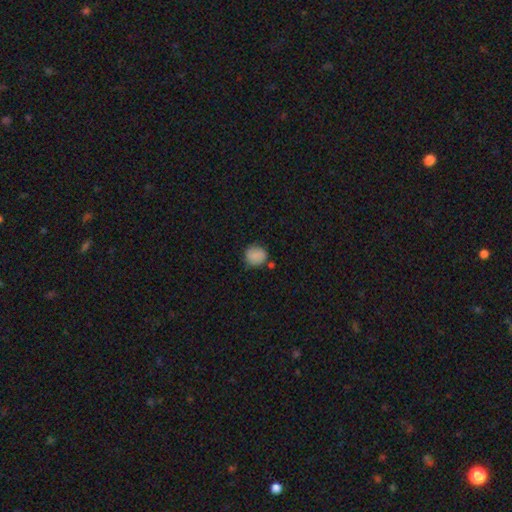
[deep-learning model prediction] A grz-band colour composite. It shows a smooth galaxy with no disk features (86%) that is round (86%). Merging: none (75%).